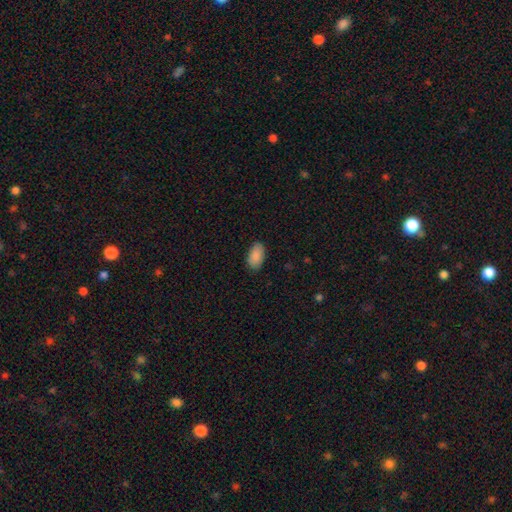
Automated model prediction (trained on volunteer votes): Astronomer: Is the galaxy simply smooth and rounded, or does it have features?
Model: smooth — 90%.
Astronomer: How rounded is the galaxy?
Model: in between — 94%.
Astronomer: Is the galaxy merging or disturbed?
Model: none — 85%.